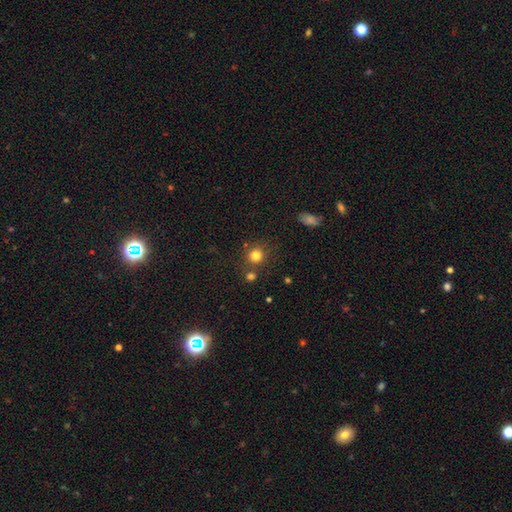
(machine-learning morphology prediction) This is clearly a smooth galaxy (81%). How rounded: clearly round (91%). Merging: likely none (77%).